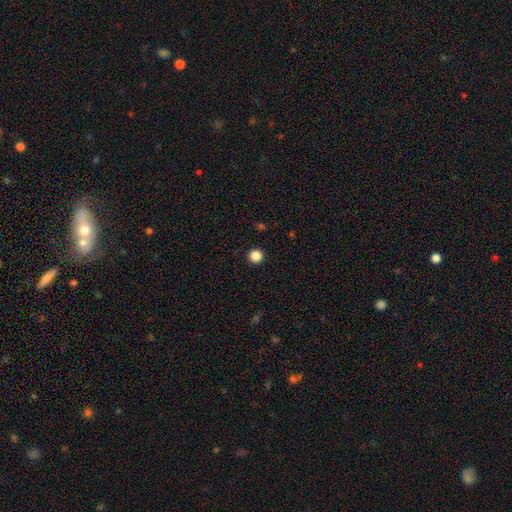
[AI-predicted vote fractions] This appears to be a smooth galaxy with no disk features (86%) that is round (96%). Merging: none (94%).